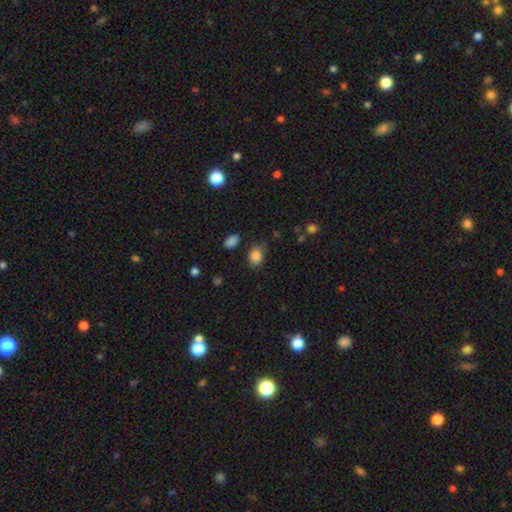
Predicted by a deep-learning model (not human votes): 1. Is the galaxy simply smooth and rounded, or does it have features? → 85% smooth, 11% star or artifact, 4% featured or disk.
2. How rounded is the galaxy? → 63% in between, 36% round, 1% cigar-shaped.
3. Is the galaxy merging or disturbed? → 73% none, 19% minor disturbance, 5% major disturbance, 3% merger.